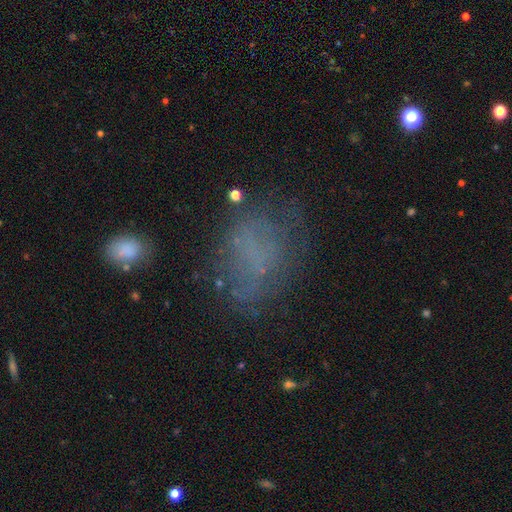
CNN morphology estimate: smooth-or-featured: smooth: 48% | featured or disk: 30% | star or artifact: 23%
  merging: none: 57% | minor disturbance: 21% | major disturbance: 18% | merger: 3%